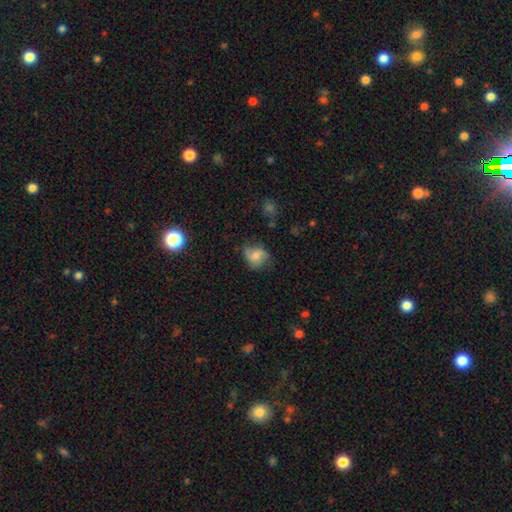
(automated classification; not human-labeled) A smooth galaxy with no disk features (57%) that is round (59%). Merging: none (59%).